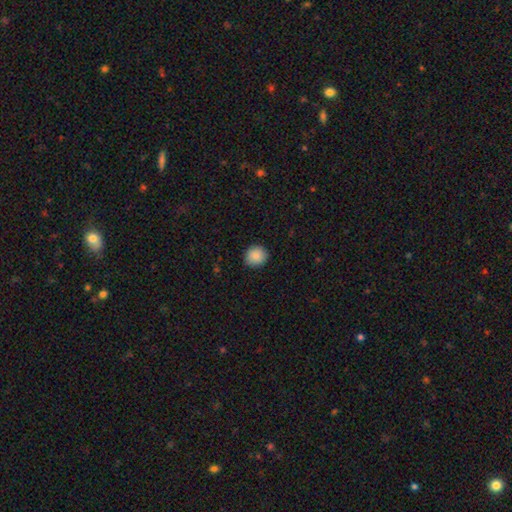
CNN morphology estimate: The model was most divided on "how rounded": round: 86%, in between: 13%, cigar-shaped: 1%. More confident: merging — none (90%); smooth or featured — smooth (89%).